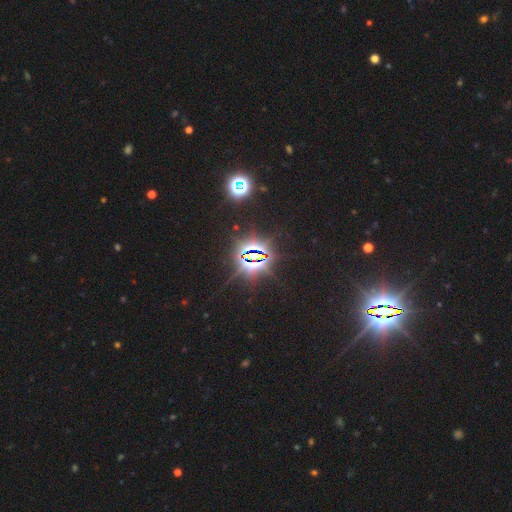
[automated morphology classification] The model was most divided on "smooth or featured": star or artifact: 85%, smooth: 8%, featured or disk: 8%.